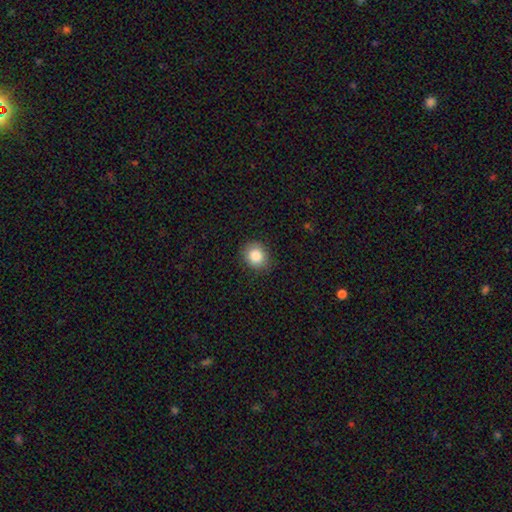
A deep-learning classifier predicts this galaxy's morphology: smooth_or_featured: smooth (p=0.85) [alt: star or artifact p=0.09]
how_rounded: round (p=0.73) [alt: in between p=0.26]
merging: none (p=0.86) [alt: minor disturbance p=0.10]